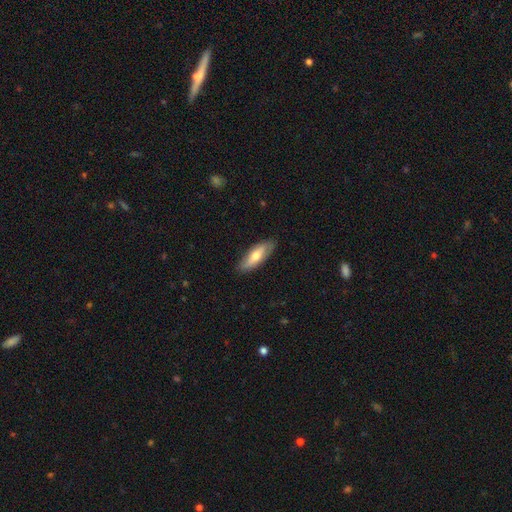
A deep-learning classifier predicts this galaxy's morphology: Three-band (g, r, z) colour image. It shows a smooth galaxy with no disk features (62%) that is in between round and cigar-shaped (59%). Merging: none (84%).